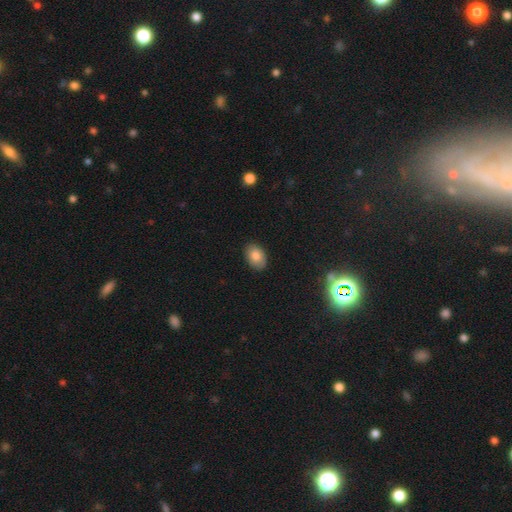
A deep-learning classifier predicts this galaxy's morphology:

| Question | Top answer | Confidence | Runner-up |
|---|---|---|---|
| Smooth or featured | smooth | 84% | featured or disk (8%) |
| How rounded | in between | 85% | round (14%) |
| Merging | none | 87% | minor disturbance (10%) |